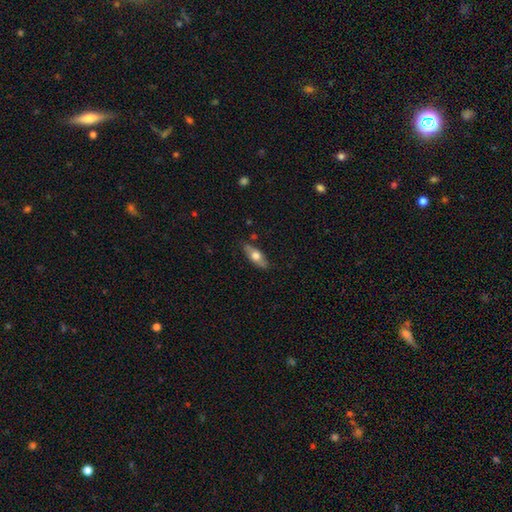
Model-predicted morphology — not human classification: Overall: smooth (59%; featured or disk 35%). How rounded: in between (70%). Merging: none (81%).